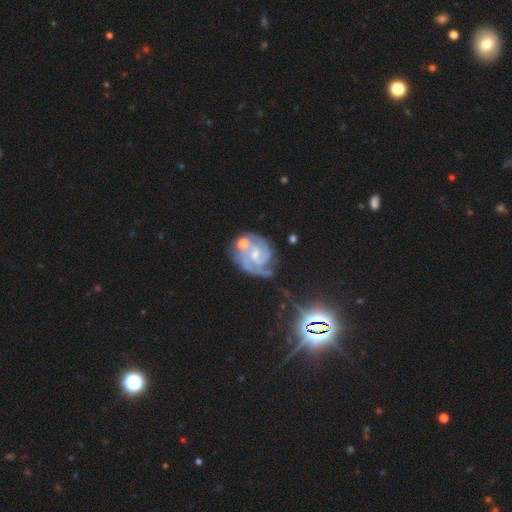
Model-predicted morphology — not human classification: A featured or disk galaxy (87%) with a weak bar (47%), 2 (46%) tight (56%) spiral arms (97%) and a small central bulge (54%). Merging: none (46%).